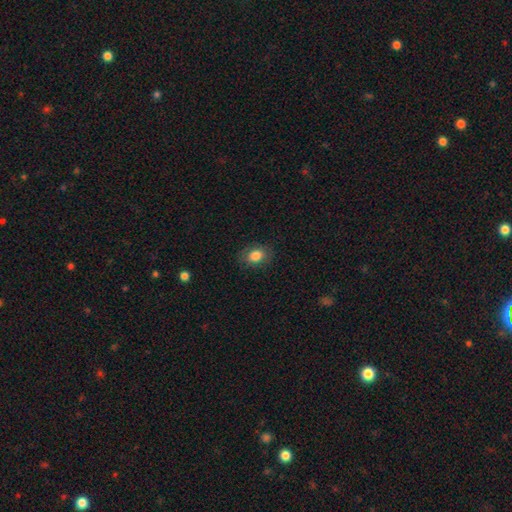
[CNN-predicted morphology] smooth-or-featured: smooth: 83% | featured or disk: 9% | star or artifact: 9%
  how-rounded: in between: 65% | round: 34% | cigar-shaped: 1%
  merging: none: 83% | minor disturbance: 12% | major disturbance: 4% | merger: 1%